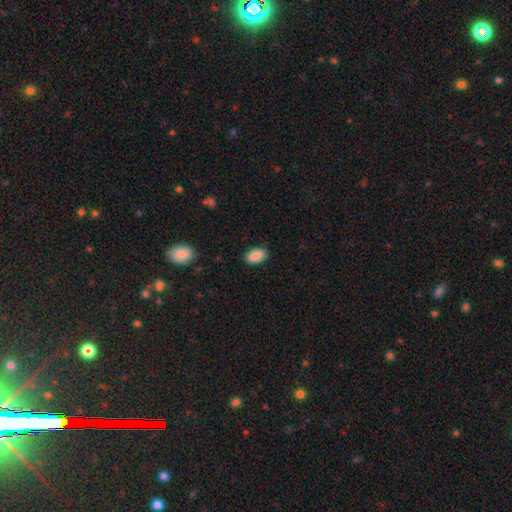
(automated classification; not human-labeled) smooth 89%, star or artifact 7%, featured or disk 4%. Down the decision tree: how rounded — in between (92%); merging — none (87%).